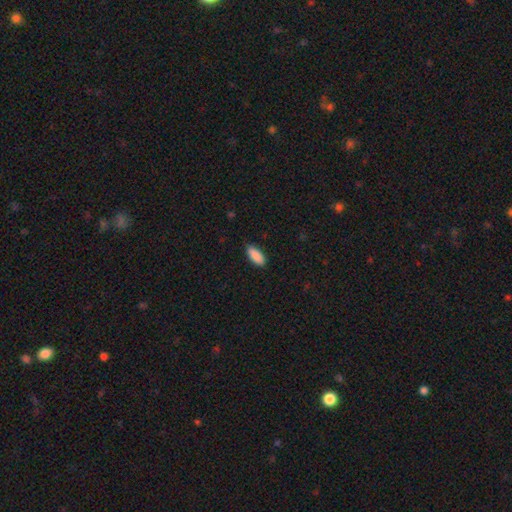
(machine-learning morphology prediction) A smooth galaxy with no disk features (90%) that is in between round and cigar-shaped (85%). Merging: none (85%).